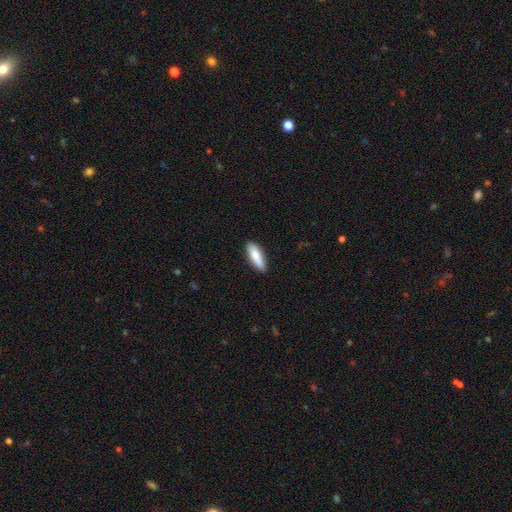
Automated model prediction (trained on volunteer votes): smooth_or_featured: smooth (p=0.80) [alt: featured or disk p=0.14]
how_rounded: in between (p=0.53) [alt: cigar-shaped p=0.46]
merging: none (p=0.87) [alt: minor disturbance p=0.10]